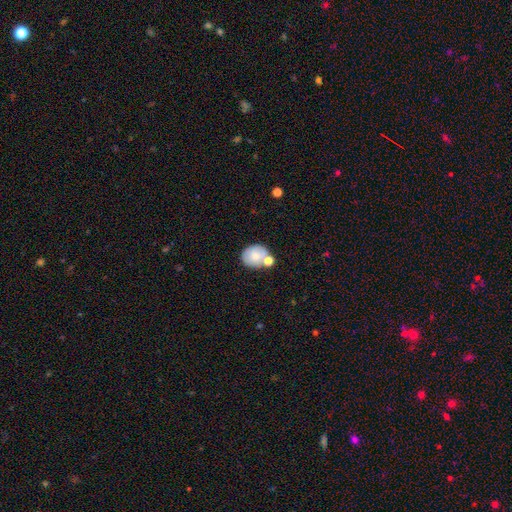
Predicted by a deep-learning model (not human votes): Smooth or featured? Predicted: smooth (p=0.71). How rounded? Predicted: round (p=0.60). Merging? Predicted: none (p=0.54).